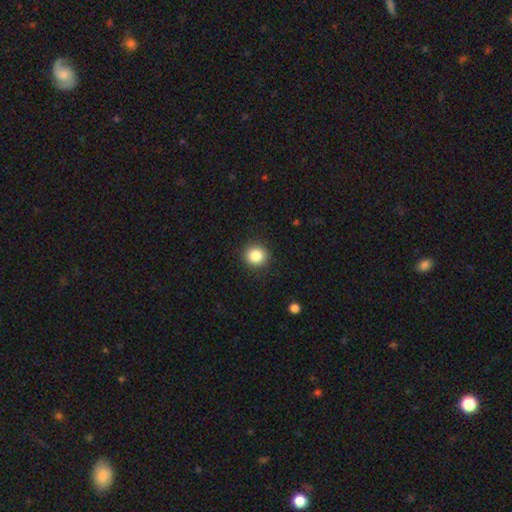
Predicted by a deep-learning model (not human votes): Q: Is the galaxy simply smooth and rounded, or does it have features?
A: smooth — 85%.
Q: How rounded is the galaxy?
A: round — 88%.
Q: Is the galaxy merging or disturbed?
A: none — 90%.